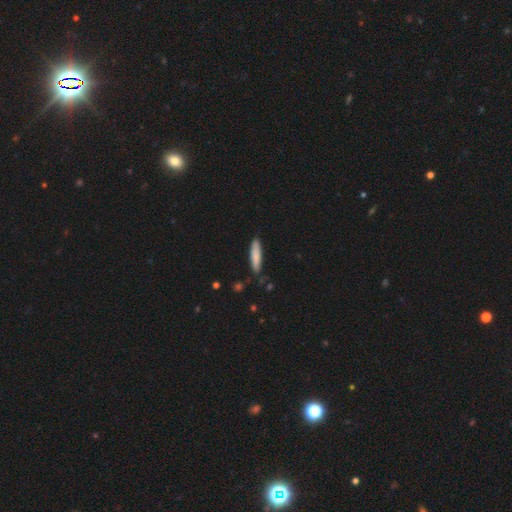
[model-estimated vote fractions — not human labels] This appears to be a smooth galaxy with no disk features (81%) that is cigar-shaped (80%). Merging: none (82%).